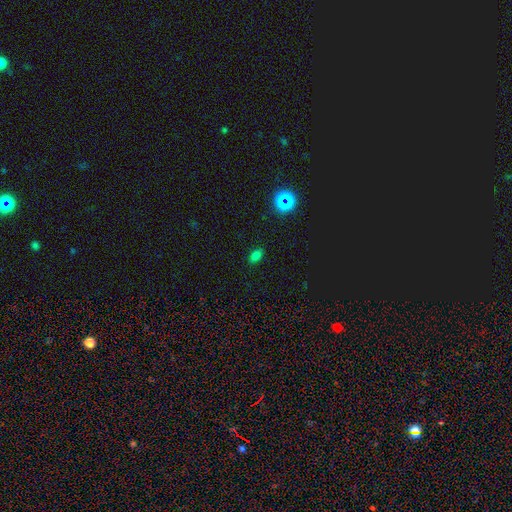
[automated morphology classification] The model was most divided on "smooth or featured": smooth: 72%, star or artifact: 22%, featured or disk: 6%. More confident: how rounded — in between (86%); merging — none (85%).